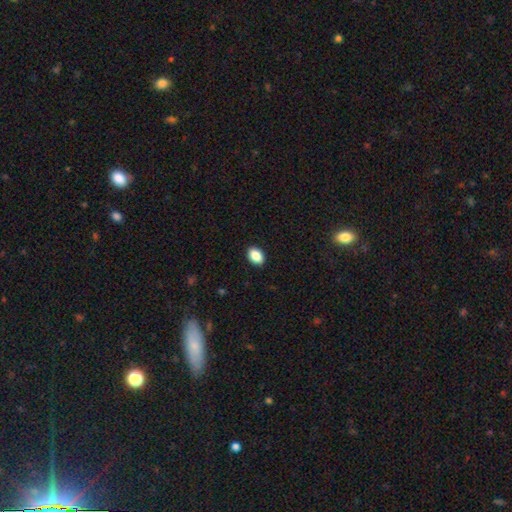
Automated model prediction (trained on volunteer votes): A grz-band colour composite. It shows a smooth galaxy with no disk features (88%) that is in between round and cigar-shaped (82%). Merging: none (90%).